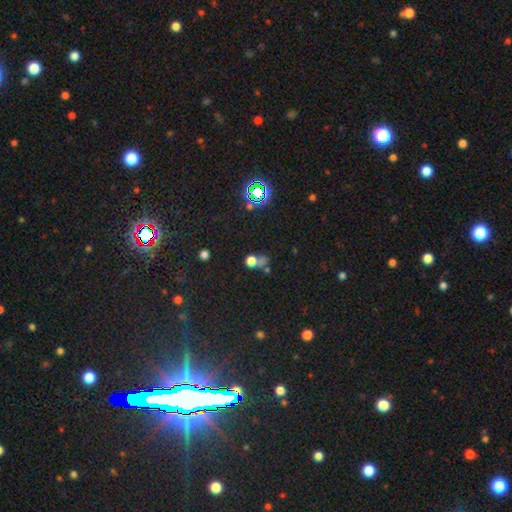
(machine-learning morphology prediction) smooth_or_featured: smooth (p=0.52) [alt: star or artifact p=0.36]
how_rounded: round (p=0.66) [alt: in between p=0.31]
merging: none (p=0.45) [alt: merger p=0.29]